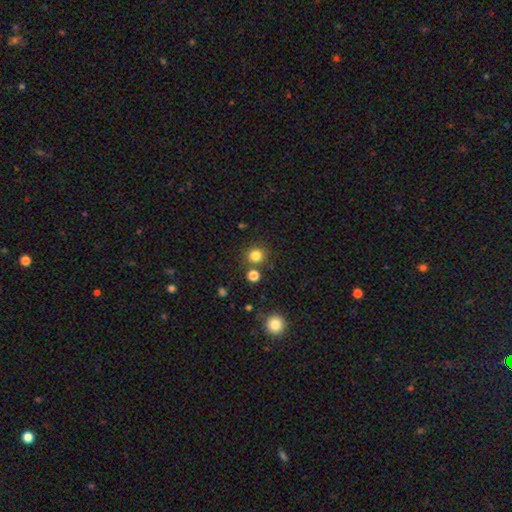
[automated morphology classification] Smooth or featured? Predicted: smooth (p=0.81). How rounded? Predicted: round (p=0.90). Merging? Predicted: none (p=0.82).